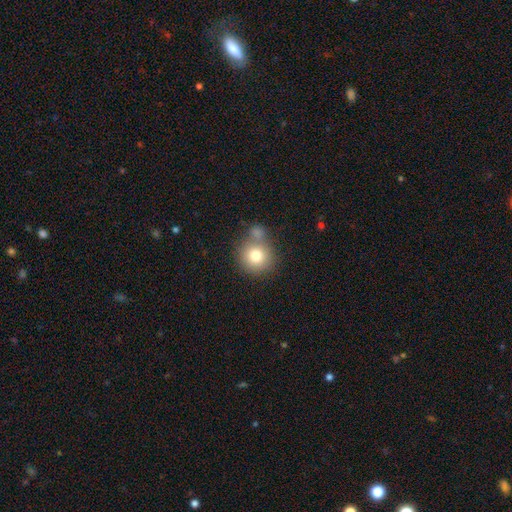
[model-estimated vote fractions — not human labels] This appears to be a smooth galaxy with no disk features (79%) that is round (90%). Merging: none (57%).